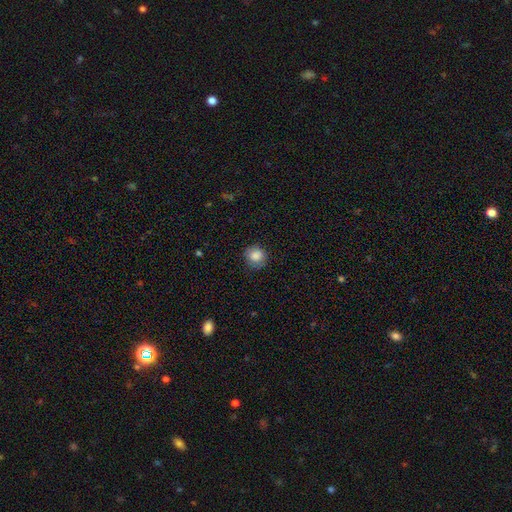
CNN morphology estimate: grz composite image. It shows a smooth galaxy with no disk features (86%) that is round (87%). Merging: none (78%).